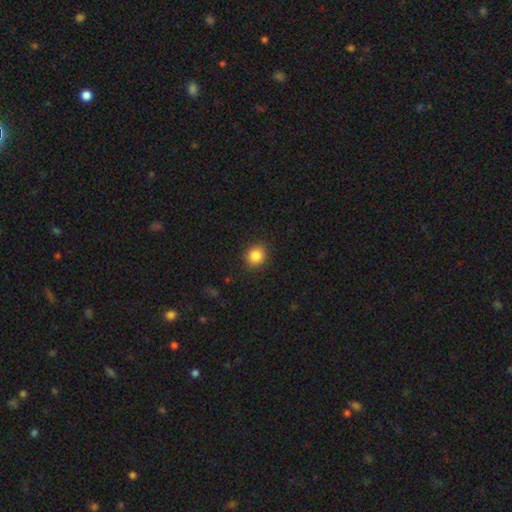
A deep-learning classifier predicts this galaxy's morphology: smooth_or_featured: smooth (p=0.85) [alt: star or artifact p=0.10]
how_rounded: round (p=0.80) [alt: in between p=0.19]
merging: none (p=0.89) [alt: minor disturbance p=0.07]